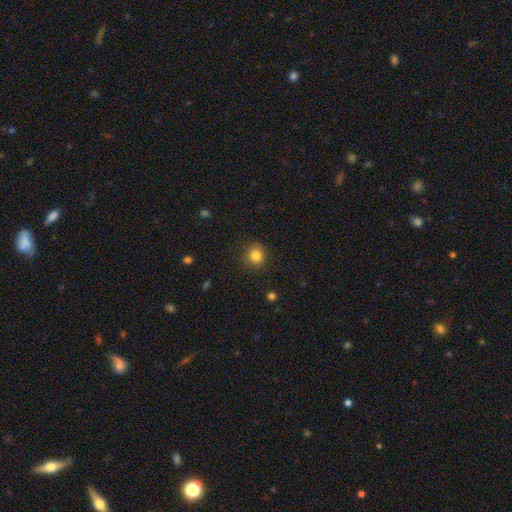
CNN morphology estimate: A smooth galaxy with no disk features (84%) that is round (89%). Merging: none (88%).